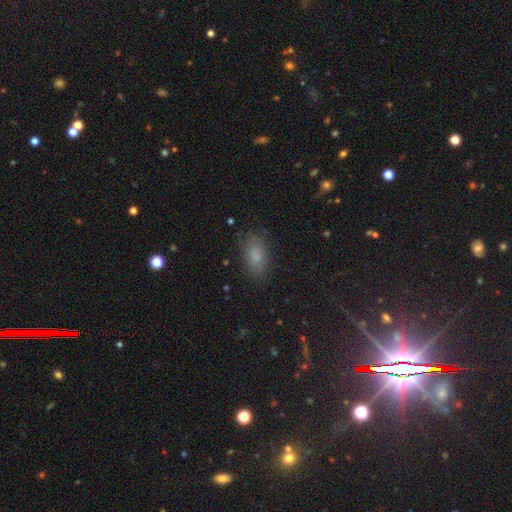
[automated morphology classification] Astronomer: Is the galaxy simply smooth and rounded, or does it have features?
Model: smooth — 79%.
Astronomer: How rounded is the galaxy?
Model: in between — 89%.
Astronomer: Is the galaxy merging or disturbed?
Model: none — 83%.